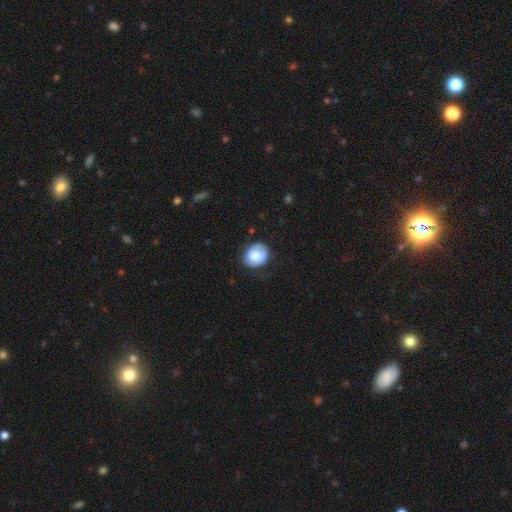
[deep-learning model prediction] A smooth galaxy with no disk features (81%) that is round (58%). Merging: none (60%).